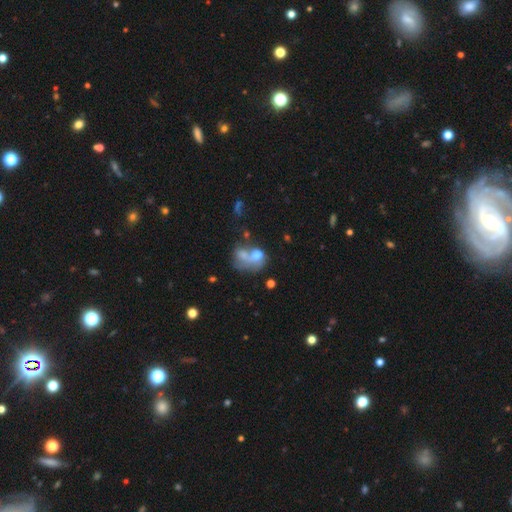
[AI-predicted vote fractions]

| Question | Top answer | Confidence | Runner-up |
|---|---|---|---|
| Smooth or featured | smooth | 57% | featured or disk (32%) |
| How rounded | in between | 64% | round (35%) |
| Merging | merger | 59% | major disturbance (17%) |